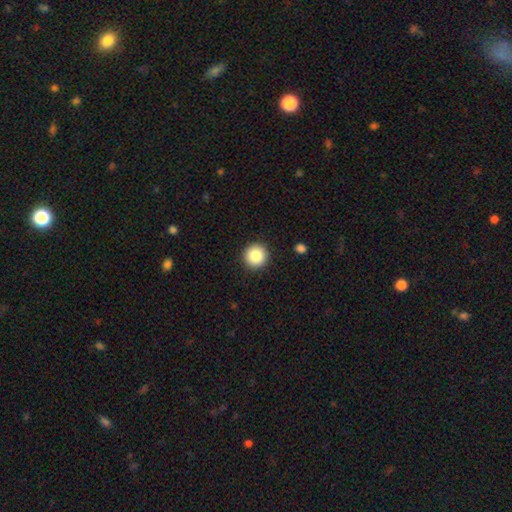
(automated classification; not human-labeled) Smooth or featured? Predicted: smooth (p=0.86). How rounded? Predicted: round (p=0.95). Merging? Predicted: none (p=0.92).